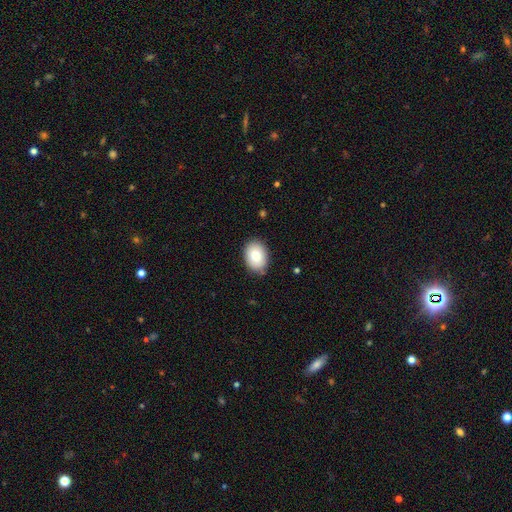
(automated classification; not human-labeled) Smooth or featured: smooth — 81% (featured or disk — 12%)
How rounded: in between — 76% (round — 23%)
Merging: none — 85% (minor disturbance — 12%)